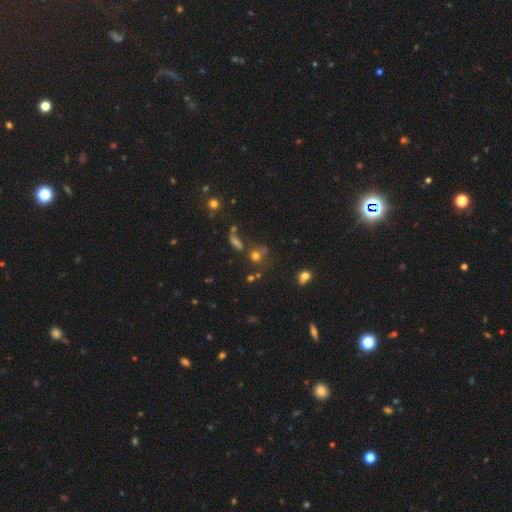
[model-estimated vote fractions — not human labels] This appears to be a smooth galaxy with no disk features (64%) that is round (78%). Merging: none (54%).